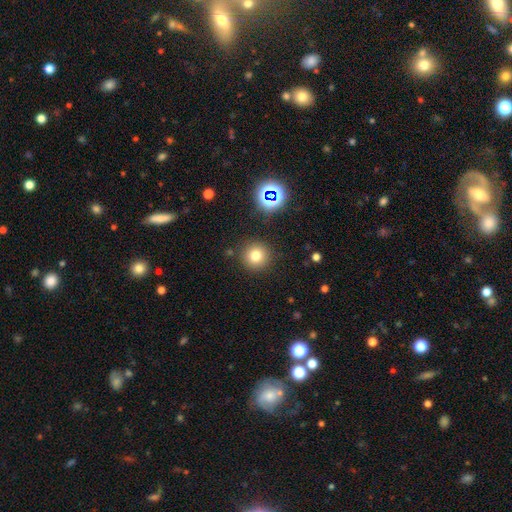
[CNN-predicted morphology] Smooth or featured: smooth — 75% (star or artifact — 16%)
How rounded: round — 94% (in between — 5%)
Merging: none — 89% (minor disturbance — 6%)